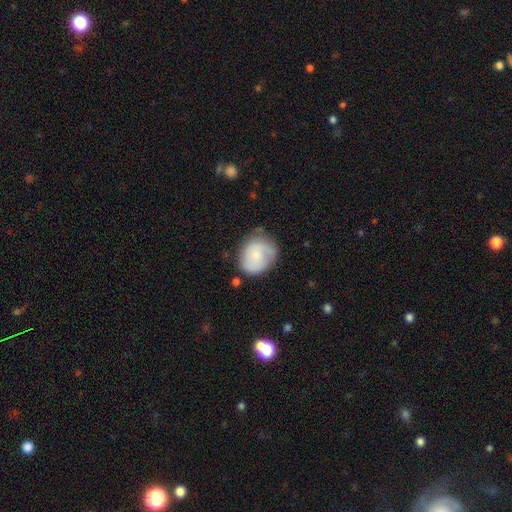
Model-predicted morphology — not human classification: smooth_or_featured: smooth (p=0.60) [alt: featured or disk p=0.33]
how_rounded: round (p=0.62) [alt: in between p=0.37]
merging: none (p=0.60) [alt: minor disturbance p=0.28]